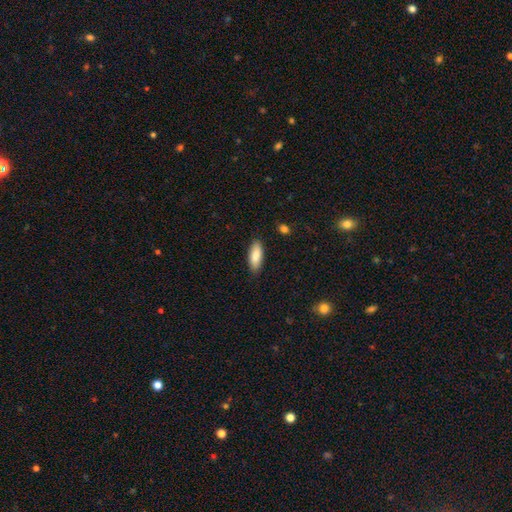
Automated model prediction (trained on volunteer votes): smooth-or-featured: smooth: 86% | featured or disk: 8% | star or artifact: 6%
  how-rounded: in between: 71% | cigar-shaped: 27% | round: 2%
  merging: none: 87% | minor disturbance: 10% | major disturbance: 2% | merger: 1%